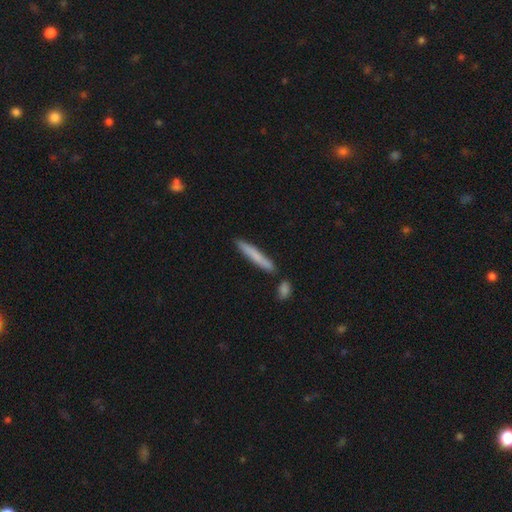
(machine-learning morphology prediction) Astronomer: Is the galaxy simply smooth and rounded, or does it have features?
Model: smooth — 74%.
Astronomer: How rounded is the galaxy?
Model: cigar-shaped — 95%.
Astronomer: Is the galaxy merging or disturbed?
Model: none — 82%.